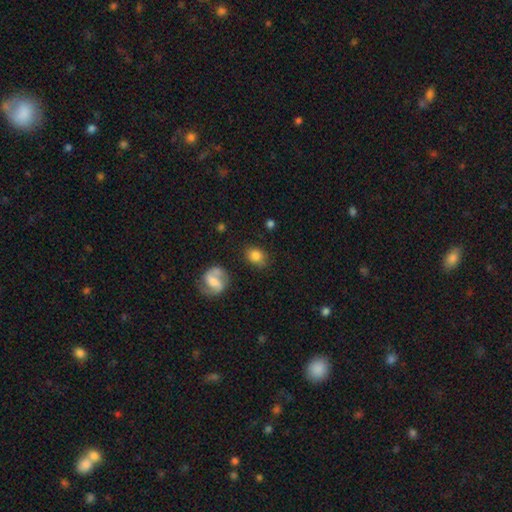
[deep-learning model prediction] Overall: smooth (75%). How rounded: in between (54%; round 45%). Merging: none (74%).